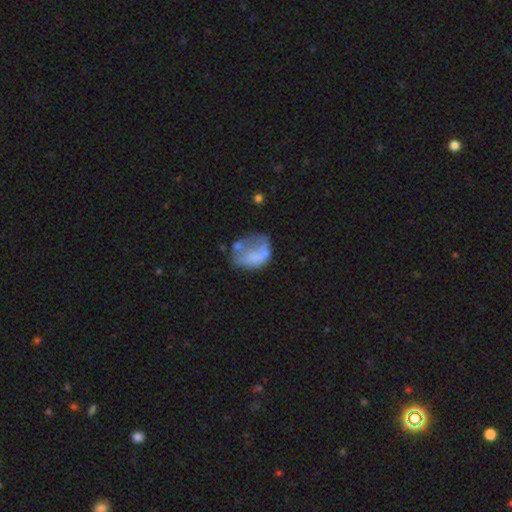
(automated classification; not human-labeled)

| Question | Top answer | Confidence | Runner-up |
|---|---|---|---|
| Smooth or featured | smooth | 54% | featured or disk (36%) |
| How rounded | in between | 66% | round (32%) |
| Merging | major disturbance | 32% | none (28%) |